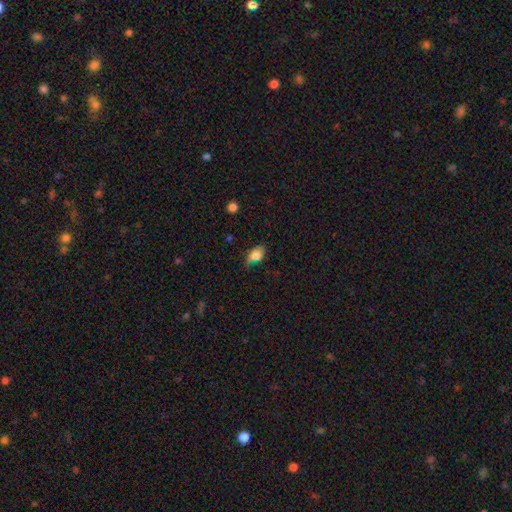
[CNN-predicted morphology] The model was most divided on "merging": none: 43%, minor disturbance: 38%, major disturbance: 16%, merger: 4%. More confident: how rounded — in between (85%); smooth or featured — smooth (74%).